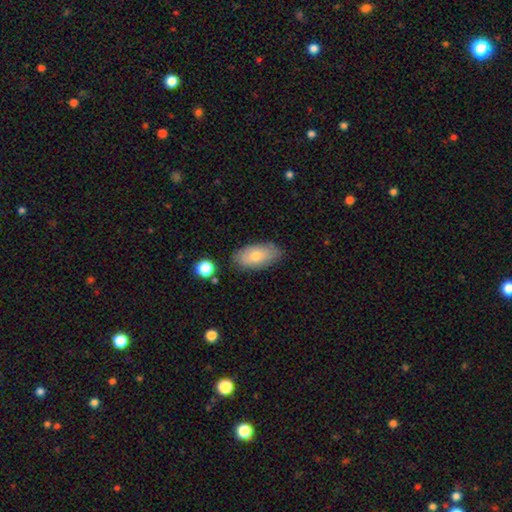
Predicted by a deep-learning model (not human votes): Smooth or featured?
  - smooth: 71% *
  - featured or disk: 22%
  - star or artifact: 7%
How rounded?
  - in between: 92% *
  - cigar-shaped: 5%
  - round: 3%
Merging?
  - none: 82% *
  - minor disturbance: 13%
  - major disturbance: 3%
  - merger: 2%